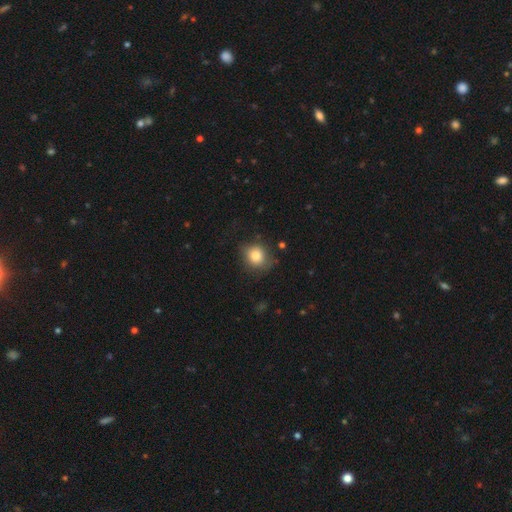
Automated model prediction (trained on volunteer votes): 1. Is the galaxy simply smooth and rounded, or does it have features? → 82% smooth, 10% star or artifact, 9% featured or disk.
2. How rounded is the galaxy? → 77% round, 22% in between, 1% cigar-shaped.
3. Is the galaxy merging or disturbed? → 69% none, 22% minor disturbance, 7% major disturbance, 2% merger.